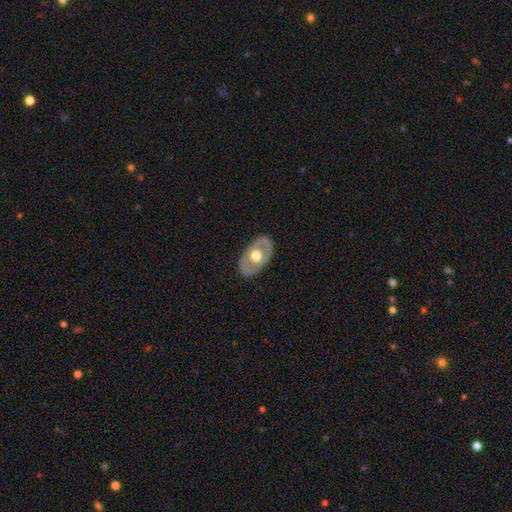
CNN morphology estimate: Smooth or featured: featured or disk — 55% (smooth — 40%)
Edge-on disk: no — 87% (yes — 13%)
Merging: none — 83% (minor disturbance — 13%)